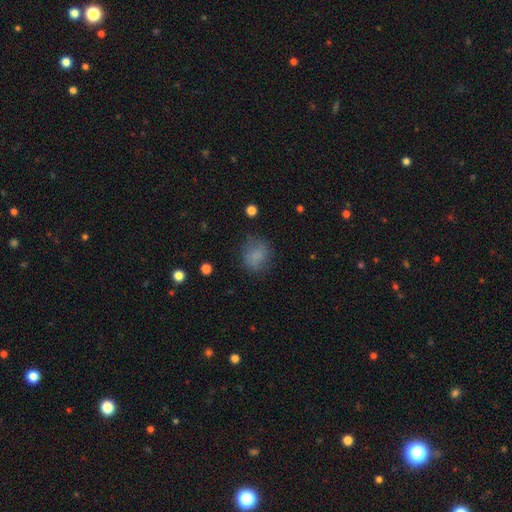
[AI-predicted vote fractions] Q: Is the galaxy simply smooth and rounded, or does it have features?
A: smooth — 75%.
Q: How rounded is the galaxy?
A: round — 65%.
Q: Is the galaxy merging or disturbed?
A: none — 67%.